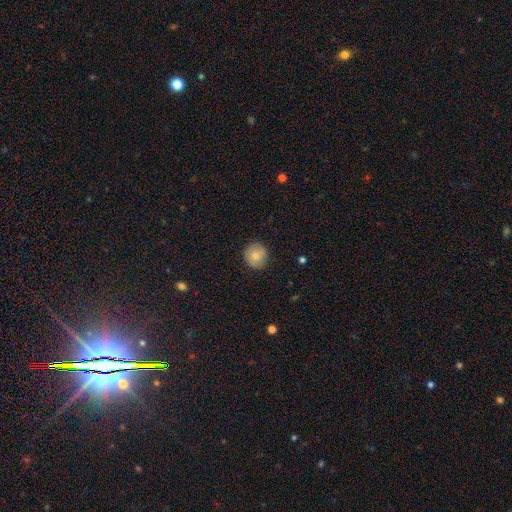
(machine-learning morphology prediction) A smooth galaxy with no disk features (77%) that is round (85%). Merging: none (85%).